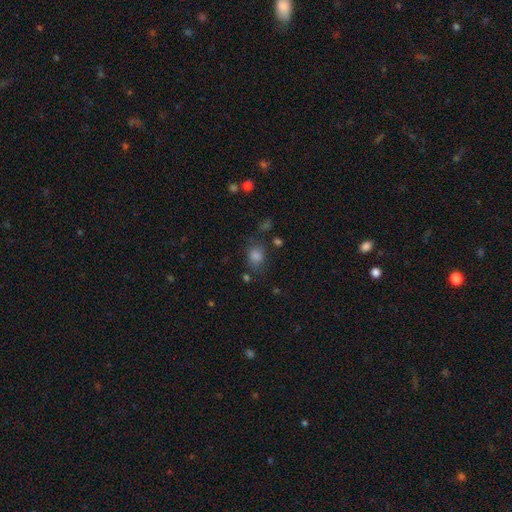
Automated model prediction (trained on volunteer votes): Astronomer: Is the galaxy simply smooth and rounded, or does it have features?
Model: smooth — 72%.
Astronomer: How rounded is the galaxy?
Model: in between — 49%, tied with round at 49%.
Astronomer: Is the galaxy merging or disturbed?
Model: none — 70%.